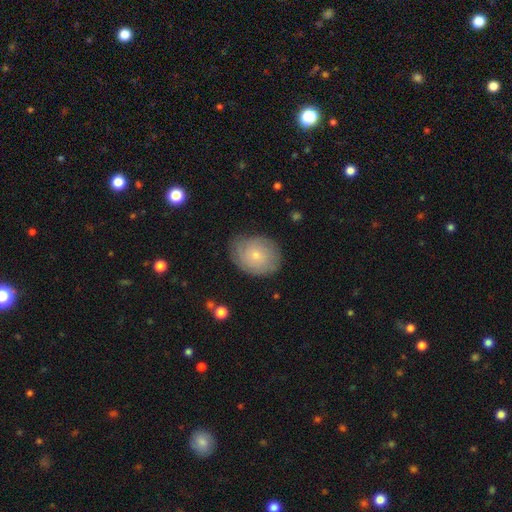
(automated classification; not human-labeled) Smooth or featured? Predicted: smooth (p=0.56). How rounded? Predicted: in between (p=0.54). Merging? Predicted: none (p=0.71).